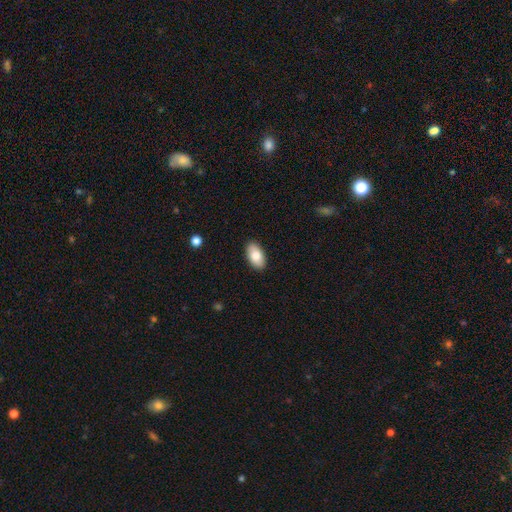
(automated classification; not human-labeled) A smooth galaxy with no disk features (81%) that is in between round and cigar-shaped (95%). Merging: none (89%).